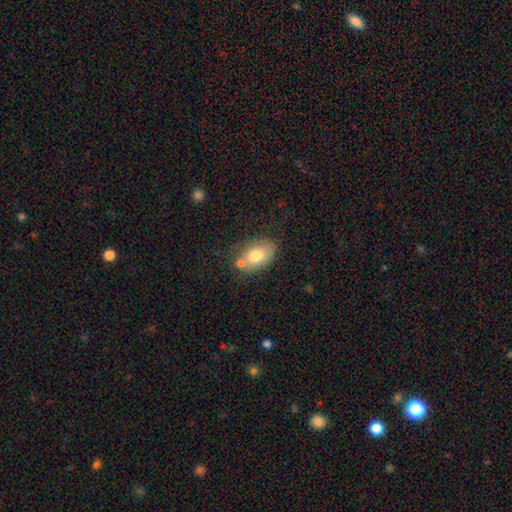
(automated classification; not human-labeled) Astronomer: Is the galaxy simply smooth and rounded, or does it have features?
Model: smooth — 75%.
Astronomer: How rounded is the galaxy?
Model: in between — 89%.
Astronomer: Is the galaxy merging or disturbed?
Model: none — 60%.